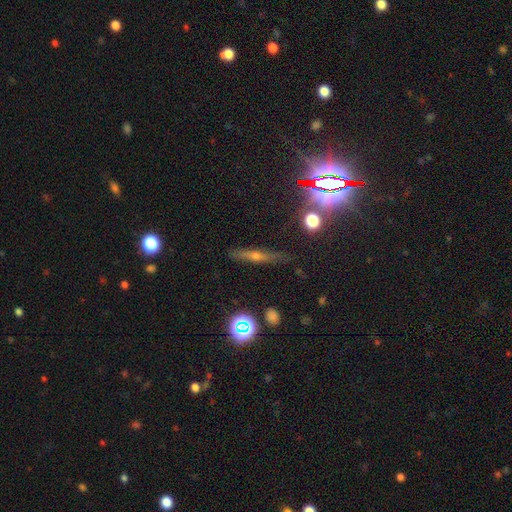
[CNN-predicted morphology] Smooth or featured? featured or disk (55%)
Edge-on disk? yes (92%)
Edge-on bulge? rounded (82%)
Merging? none (83%)